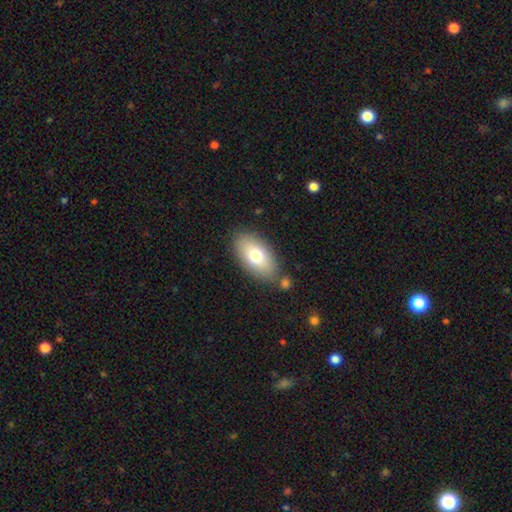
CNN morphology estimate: Overall: smooth (74%). How rounded: in between (92%). Merging: none (79%).